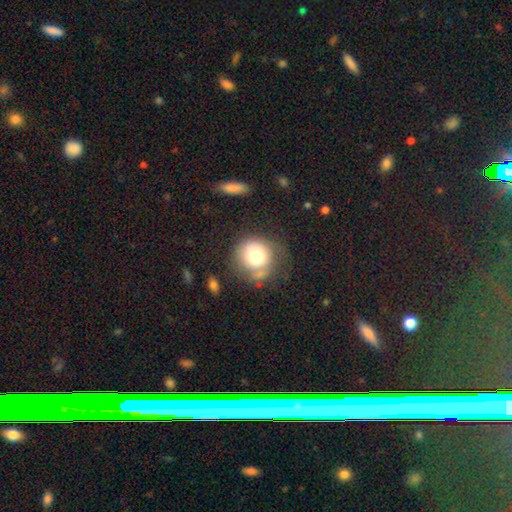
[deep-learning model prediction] Overall: smooth (73%). How rounded: round (87%). Merging: none (55%; minor disturbance 24%).